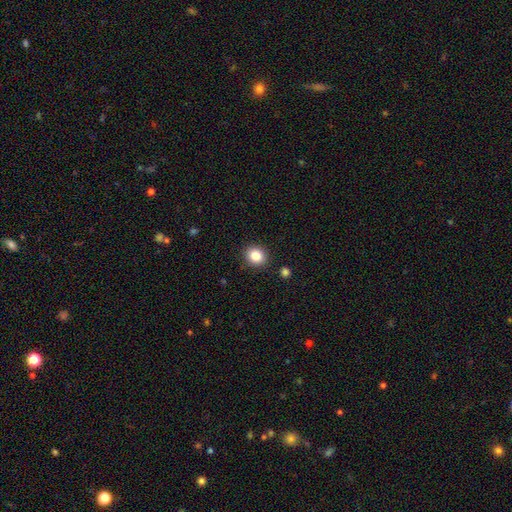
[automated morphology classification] This is clearly a smooth galaxy (84%). How rounded: likely round (76%). Merging: clearly none (90%).